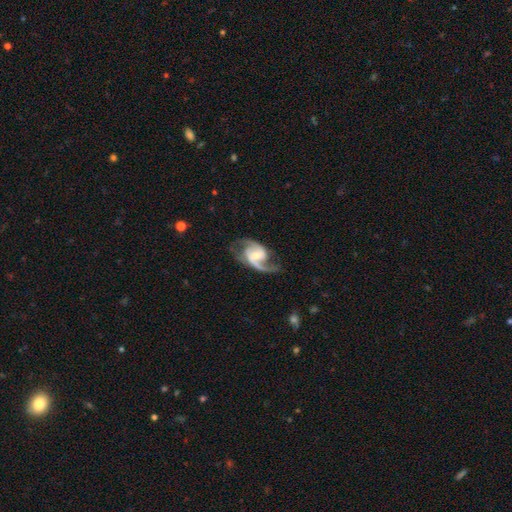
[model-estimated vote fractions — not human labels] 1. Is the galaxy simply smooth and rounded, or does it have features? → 89% featured or disk, 6% smooth, 5% star or artifact.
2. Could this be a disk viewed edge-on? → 97% no, 3% yes.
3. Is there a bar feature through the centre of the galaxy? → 43% weak, 40% no, 17% strong.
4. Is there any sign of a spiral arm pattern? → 97% yes, 3% no.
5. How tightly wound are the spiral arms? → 50% medium, 37% loose, 13% tight.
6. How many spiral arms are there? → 83% 2, 10% 1, 3% can't tell, 2% 3, 1% 4, 1% more than 4.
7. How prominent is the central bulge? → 48% small, 41% moderate, 5% none, 5% large, 1% dominant.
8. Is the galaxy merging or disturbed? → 63% none, 19% minor disturbance, 17% major disturbance, 2% merger.